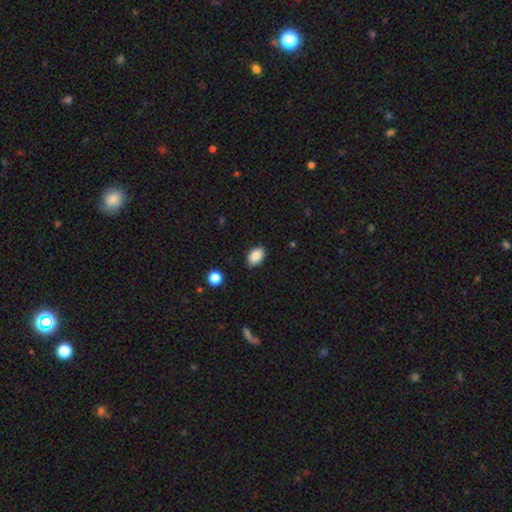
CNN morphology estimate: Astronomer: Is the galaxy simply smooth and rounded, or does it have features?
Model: smooth — 89%.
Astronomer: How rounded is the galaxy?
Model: in between — 89%.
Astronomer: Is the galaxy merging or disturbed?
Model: none — 87%.